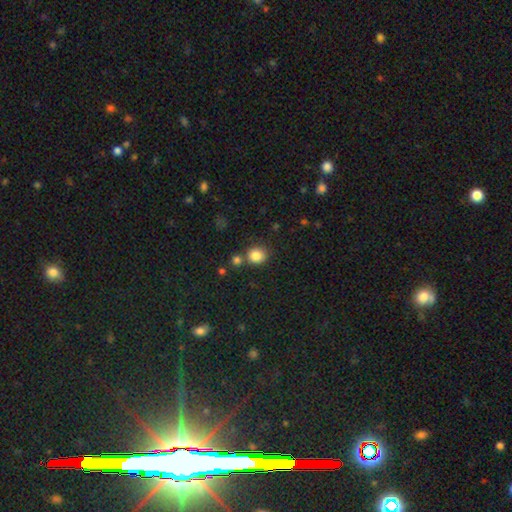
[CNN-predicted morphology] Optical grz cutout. It shows a smooth galaxy with no disk features (84%) that is round (77%). Merging: none (70%).